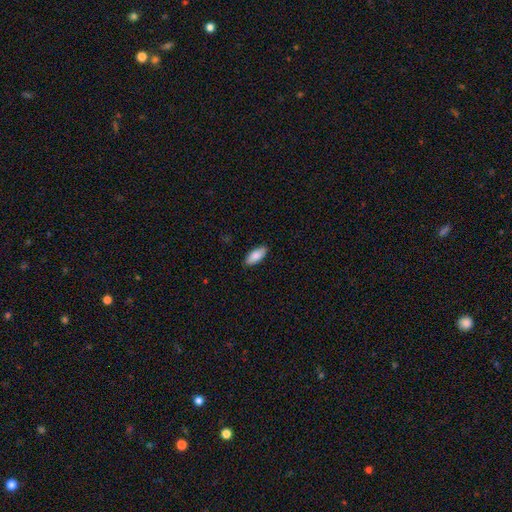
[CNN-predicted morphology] Overall: smooth (87%). How rounded: in between (84%). Merging: none (89%).